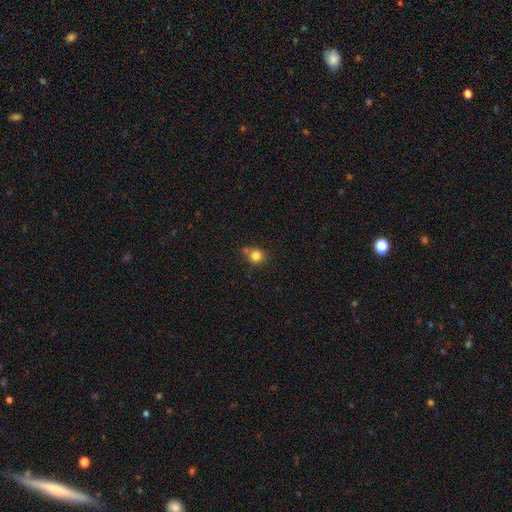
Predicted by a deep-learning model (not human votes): Overall: smooth (82%). How rounded: round (85%). Merging: none (67%).